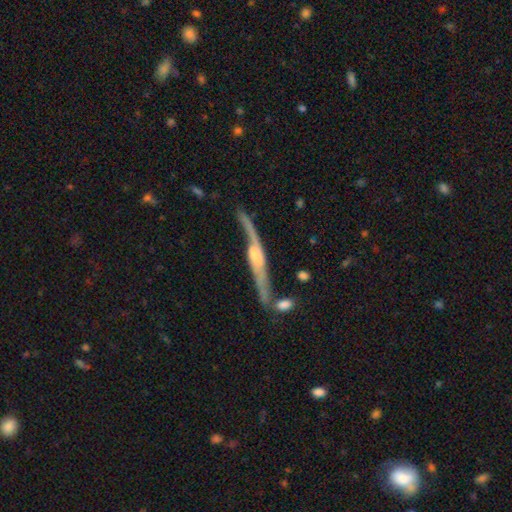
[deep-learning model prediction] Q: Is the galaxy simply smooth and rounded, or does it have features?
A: featured or disk — 87%.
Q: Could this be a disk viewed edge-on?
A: yes — 92%.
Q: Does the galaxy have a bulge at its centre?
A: rounded — 86%.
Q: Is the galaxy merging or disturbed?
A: none — 68%.